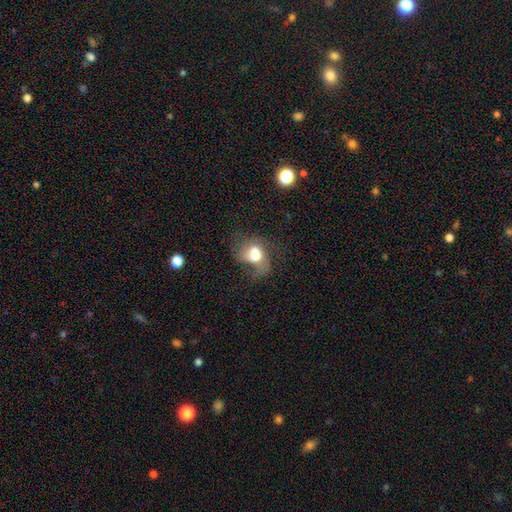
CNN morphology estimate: Smooth or featured? smooth (52%)
How rounded? in between (67%)
Merging? major disturbance (38%)